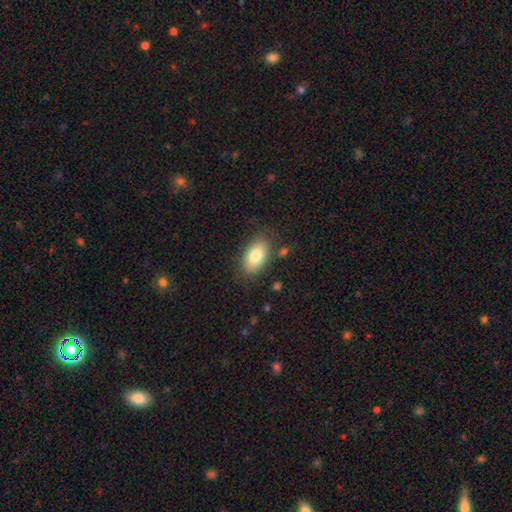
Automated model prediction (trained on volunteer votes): Morphology: type=smooth (81%); roundness=in between (92%); merging=none (82%).